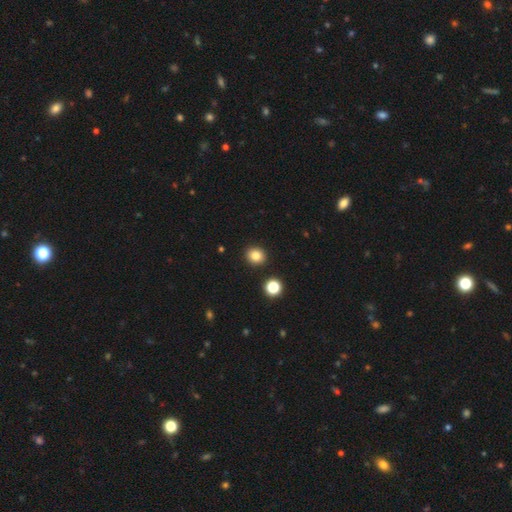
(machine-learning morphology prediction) Overall: smooth (82%). How rounded: round (81%). Merging: none (90%).